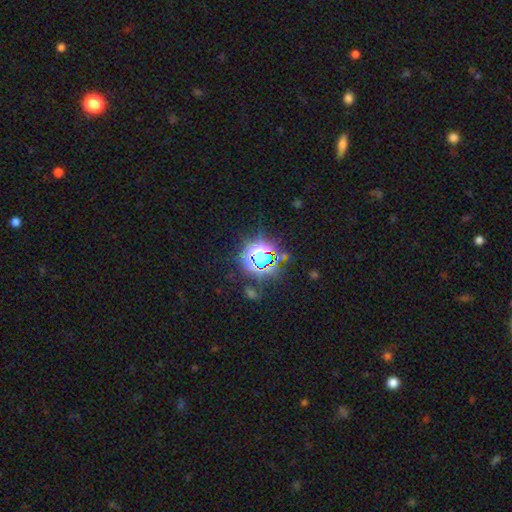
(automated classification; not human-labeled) This is likely a star or artifact rather than a galaxy (68%).